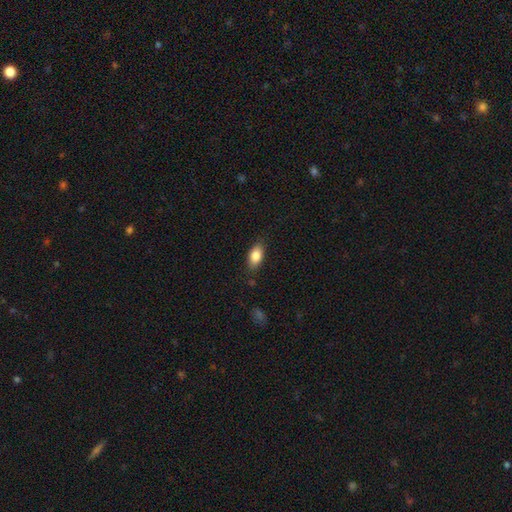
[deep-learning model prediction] This is clearly a smooth galaxy (85%). How rounded: clearly in between (89%). Merging: clearly none (83%).